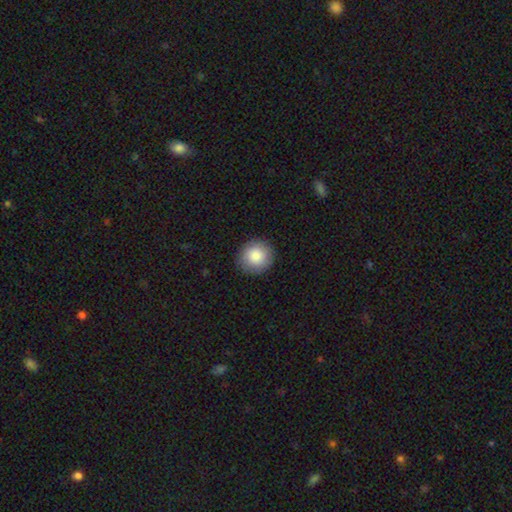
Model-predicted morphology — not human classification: Smooth or featured? smooth (86%)
How rounded? round (92%)
Merging? none (90%)